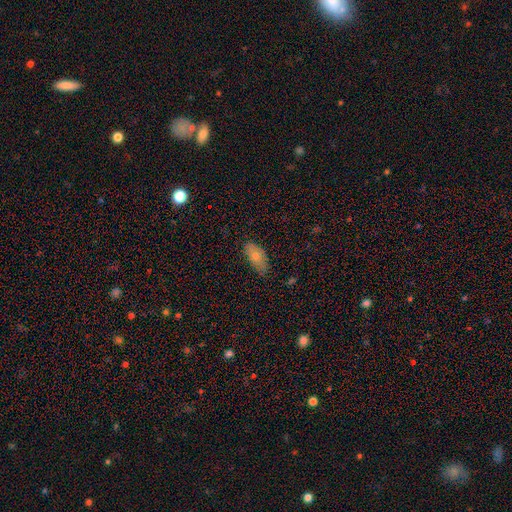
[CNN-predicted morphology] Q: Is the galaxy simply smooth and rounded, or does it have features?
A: smooth — 76%.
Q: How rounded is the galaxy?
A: in between — 89%.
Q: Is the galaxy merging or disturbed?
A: none — 72%.